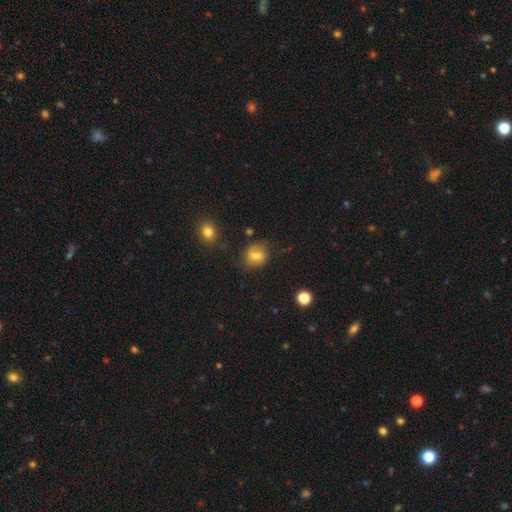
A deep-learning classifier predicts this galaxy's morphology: A smooth galaxy with no disk features (70%) that is round (73%).

Vote fractions:
- Smooth or featured? smooth: 70% / featured or disk: 20% / star or artifact: 11%
- How rounded? round: 73% / in between: 26% / cigar-shaped: 1%
- Merging? none: 73% / minor disturbance: 18% / major disturbance: 6% / merger: 3%